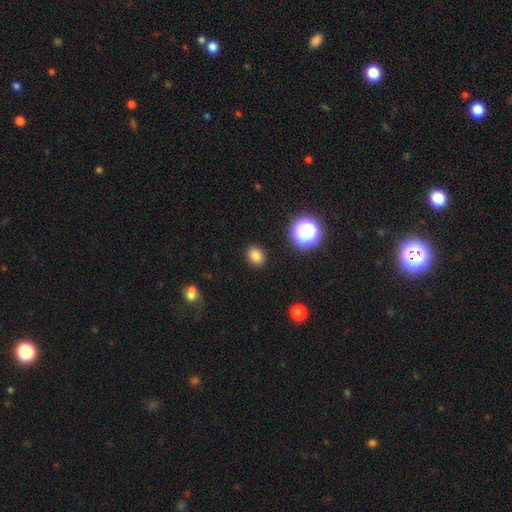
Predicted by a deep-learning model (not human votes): A smooth galaxy with no disk features (82%) that is in between round and cigar-shaped (50%).

Vote fractions:
- Smooth or featured? smooth: 82% / star or artifact: 13% / featured or disk: 5%
- How rounded? in between: 50% / round: 49% / cigar-shaped: 1%
- Merging? none: 89% / minor disturbance: 7% / major disturbance: 2% / merger: 1%